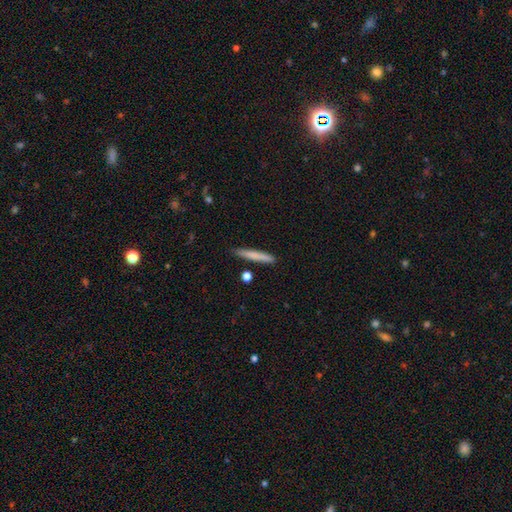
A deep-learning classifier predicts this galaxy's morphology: Smooth or featured? Predicted: smooth (p=0.74). How rounded? Predicted: cigar-shaped (p=0.95). Merging? Predicted: none (p=0.86).